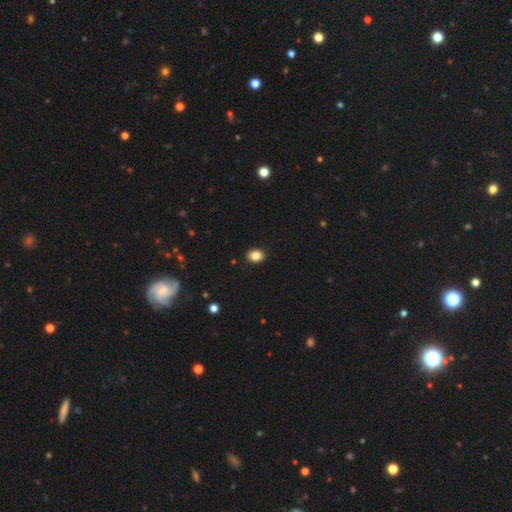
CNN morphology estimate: smooth-or-featured: smooth: 85% | star or artifact: 10% | featured or disk: 6%
  how-rounded: in between: 60% | round: 39% | cigar-shaped: 1%
  merging: none: 90% | minor disturbance: 7% | major disturbance: 2% | merger: 1%